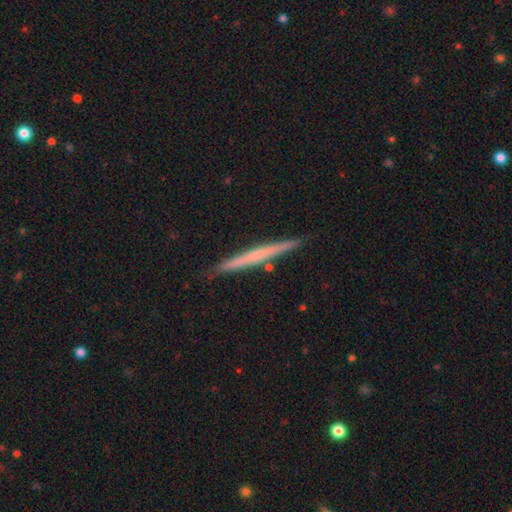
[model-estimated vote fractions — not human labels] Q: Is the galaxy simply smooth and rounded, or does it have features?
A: featured or disk — 54%.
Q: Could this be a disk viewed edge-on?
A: yes — 97%.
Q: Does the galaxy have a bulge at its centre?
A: none — 79%.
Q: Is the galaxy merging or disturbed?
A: none — 89%.